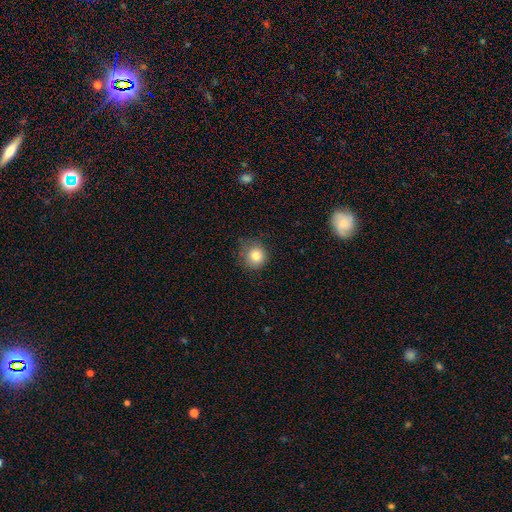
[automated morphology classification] Smooth or featured? smooth (80%)
How rounded? round (91%)
Merging? none (74%)